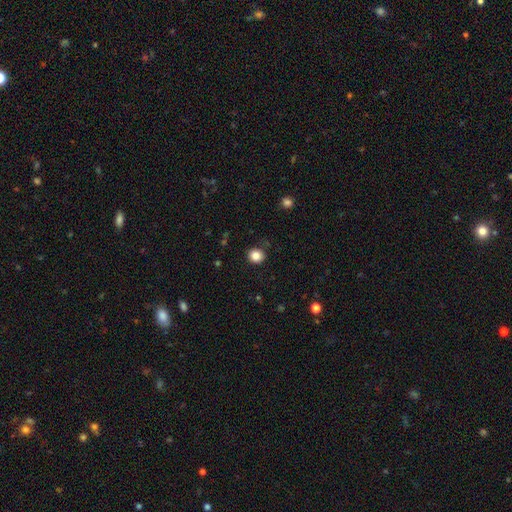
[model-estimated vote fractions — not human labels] smooth 84%, star or artifact 11%, featured or disk 5%. Down the decision tree: how rounded — round (82%); merging — none (87%).